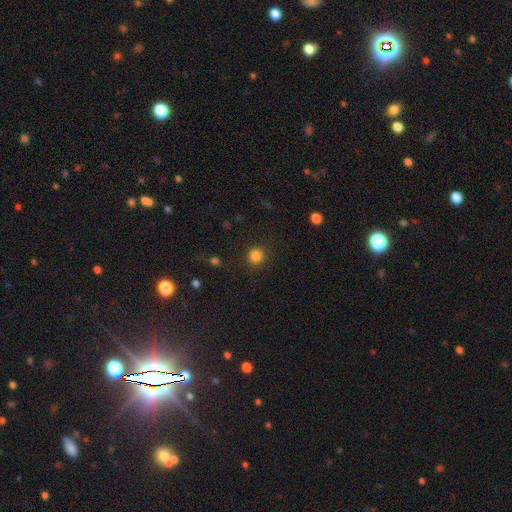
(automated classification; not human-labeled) Morphology: type=smooth (84%); roundness=round (93%); merging=none (89%).